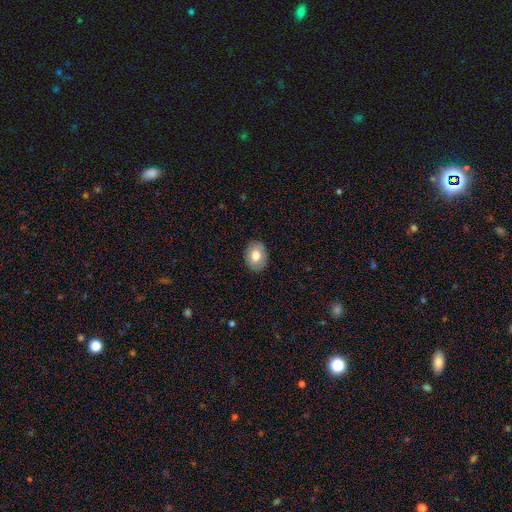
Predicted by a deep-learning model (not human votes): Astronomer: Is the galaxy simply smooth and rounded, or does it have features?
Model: smooth — 77%.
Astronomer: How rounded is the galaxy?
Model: in between — 69%.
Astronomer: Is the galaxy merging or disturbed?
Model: none — 88%.